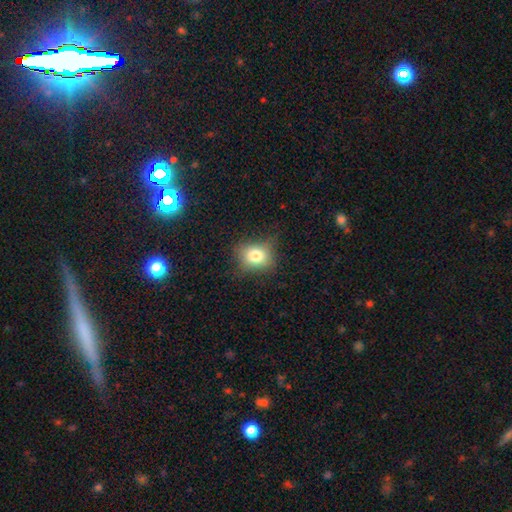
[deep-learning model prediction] Morphology: type=smooth (76%); roundness=round (59%); merging=none (72%).